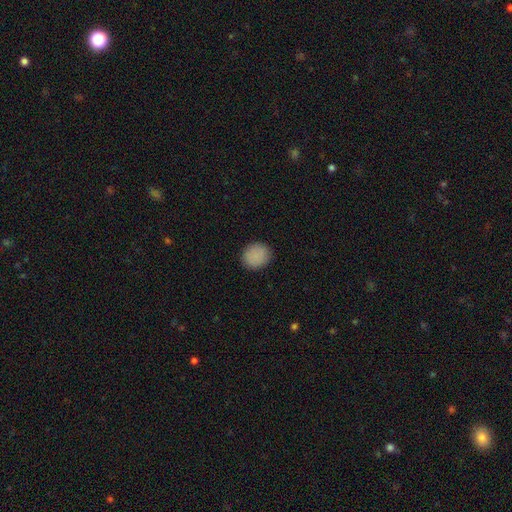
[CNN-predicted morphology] The model was most divided on "how rounded": round: 74%, in between: 25%, cigar-shaped: 1%. More confident: merging — none (88%); smooth or featured — smooth (87%).